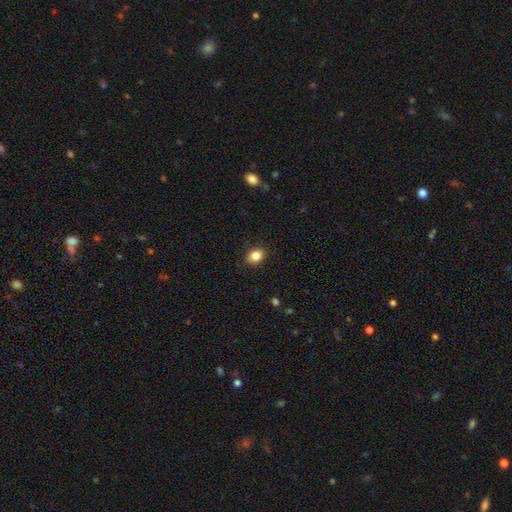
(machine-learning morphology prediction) Smooth or featured?
  - smooth: 85% *
  - star or artifact: 10%
  - featured or disk: 5%
How rounded?
  - round: 52% *
  - in between: 47%
  - cigar-shaped: 1%
Merging?
  - none: 88% *
  - minor disturbance: 9%
  - major disturbance: 2%
  - merger: 1%